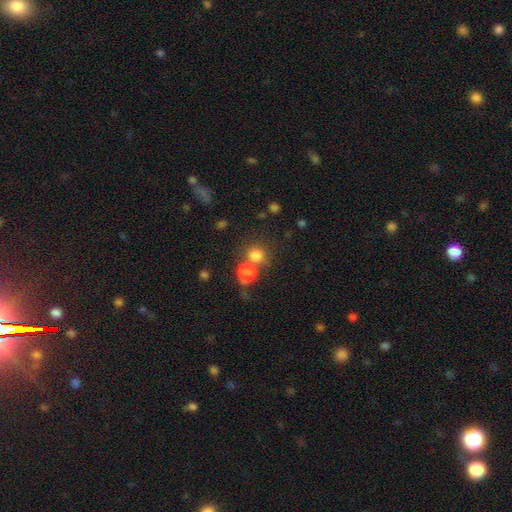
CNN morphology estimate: Q: Smooth or featured?
A: smooth (78%); runner-up: star or artifact (14%)
Q: How rounded?
A: round (80%); runner-up: in between (19%)
Q: Merging?
A: none (50%); runner-up: merger (36%)